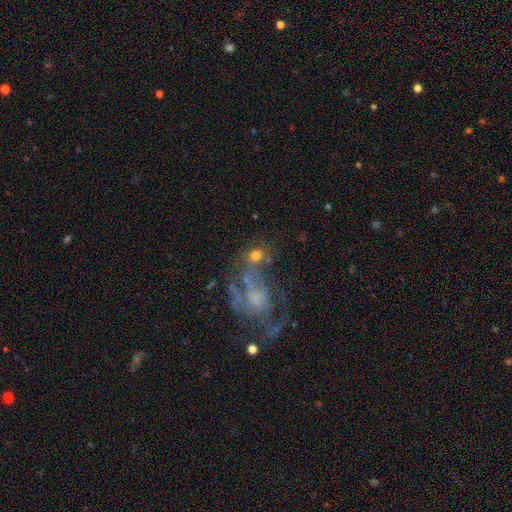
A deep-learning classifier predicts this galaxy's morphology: Smooth or featured?
  - smooth: 55% *
  - featured or disk: 30%
  - star or artifact: 15%
How rounded?
  - round: 75% *
  - in between: 23%
  - cigar-shaped: 2%
Merging?
  - none: 47% *
  - merger: 22%
  - major disturbance: 16%
  - minor disturbance: 15%